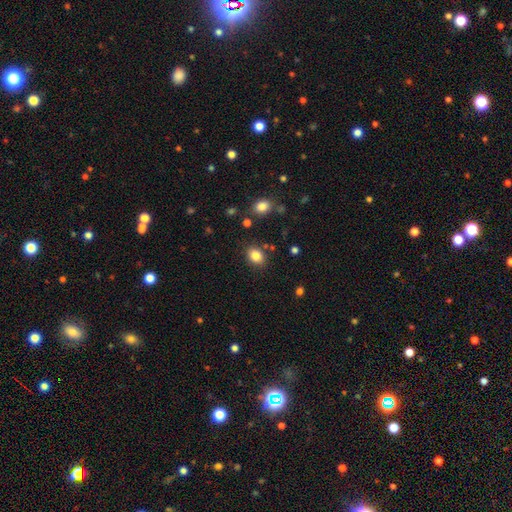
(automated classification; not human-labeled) The model was most divided on "how rounded": in between: 65%, round: 34%, cigar-shaped: 1%. More confident: smooth or featured — smooth (84%); merging — none (83%).